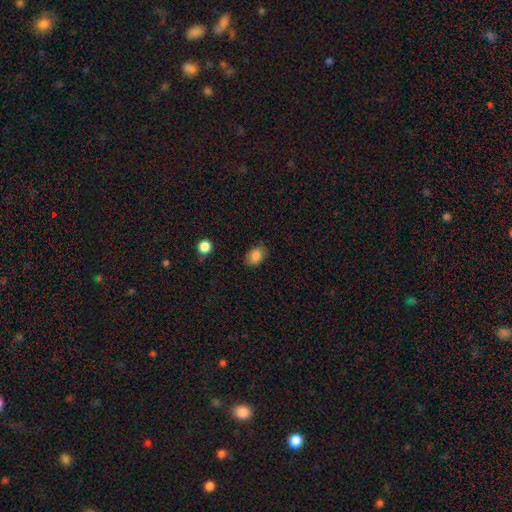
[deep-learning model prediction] A smooth galaxy with no disk features (86%) that is in between round and cigar-shaped (69%).

Vote fractions:
- Smooth or featured? smooth: 86% / star or artifact: 9% / featured or disk: 5%
- How rounded? in between: 69% / round: 30% / cigar-shaped: 1%
- Merging? none: 83% / minor disturbance: 13% / major disturbance: 3% / merger: 1%